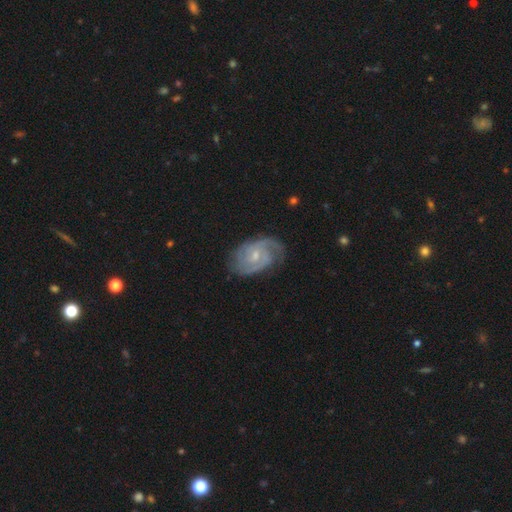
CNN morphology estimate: smooth-or-featured: featured or disk: 88% | smooth: 8% | star or artifact: 4%
  disk-edge-on: no: 97% | yes: 3%
    bar: weak: 47% | no: 46% | strong: 7%
    has-spiral-arms: yes: 97% | no: 3%
      spiral-winding: tight: 53% | medium: 39% | loose: 8%
      spiral-arm-count: 2: 57% | 3: 19% | can't tell: 14% | 1: 4% | 4: 4% | more than 4: 3%
    bulge-size: small: 56% | moderate: 39% | none: 3% | large: 1% | dominant: 1%
  merging: none: 73% | minor disturbance: 20% | major disturbance: 6% | merger: 1%